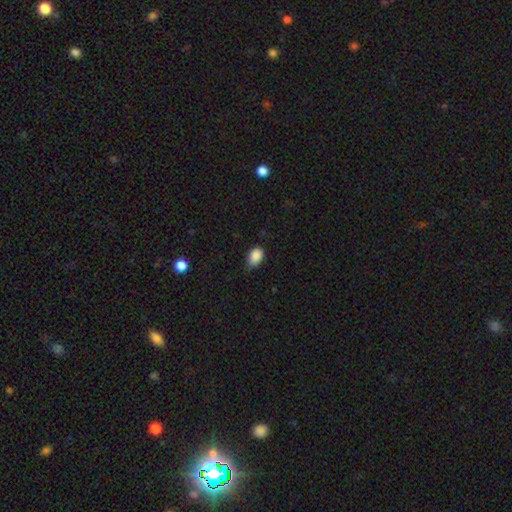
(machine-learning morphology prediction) smooth_or_featured: smooth (p=0.88) [alt: star or artifact p=0.09]
how_rounded: in between (p=0.81) [alt: round p=0.18]
merging: none (p=0.60) [alt: minor disturbance p=0.34]